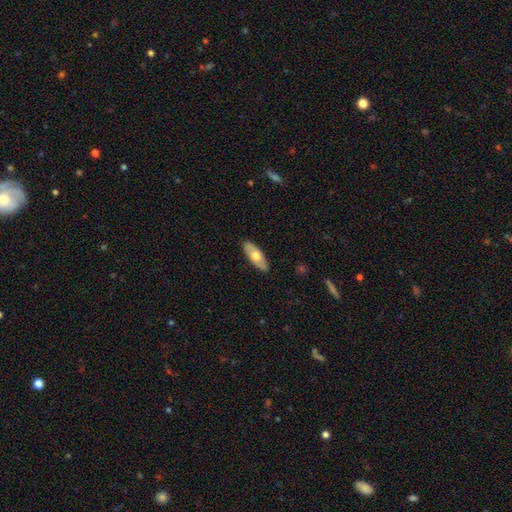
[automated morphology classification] Smooth or featured? Predicted: smooth (p=0.58). How rounded? Predicted: in between (p=0.73). Merging? Predicted: none (p=0.88).